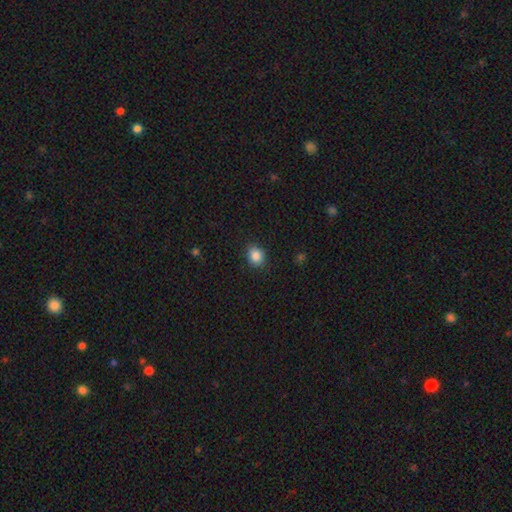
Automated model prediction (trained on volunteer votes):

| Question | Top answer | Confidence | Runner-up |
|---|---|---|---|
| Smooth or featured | smooth | 87% | star or artifact (9%) |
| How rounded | round | 57% | in between (42%) |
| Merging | none | 86% | minor disturbance (10%) |